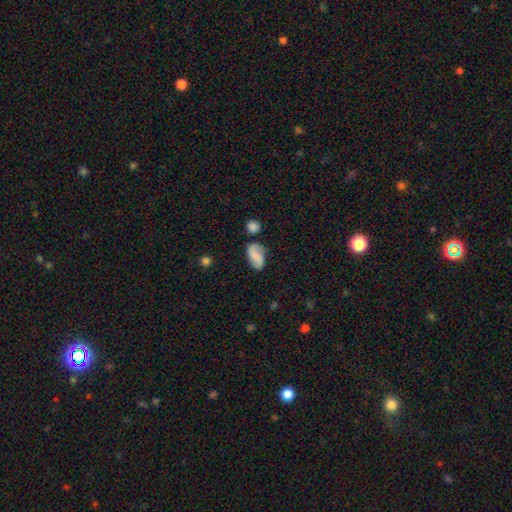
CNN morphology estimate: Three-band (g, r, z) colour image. It shows a smooth galaxy with no disk features (46%). Merging: none (60%).